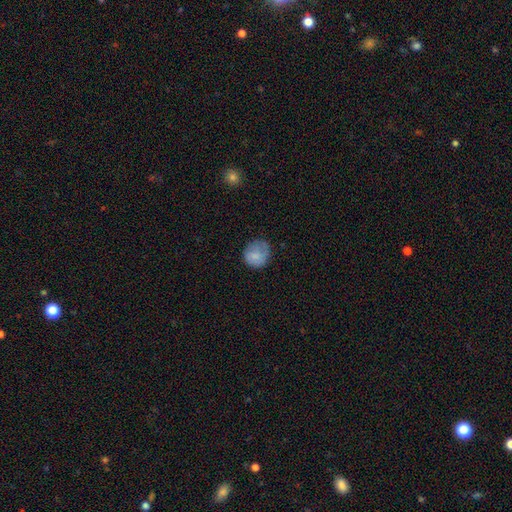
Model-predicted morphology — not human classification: Smooth or featured? Predicted: smooth (p=0.80). How rounded? Predicted: round (p=0.79). Merging? Predicted: none (p=0.61).